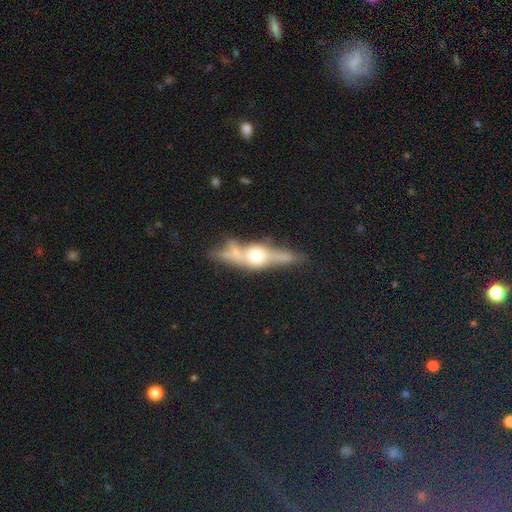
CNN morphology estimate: featured or disk 71%, smooth 17%, star or artifact 12%. Down the decision tree: edge-on disk — yes (89%); edge-on bulge — rounded (87%); merging — none (65%).